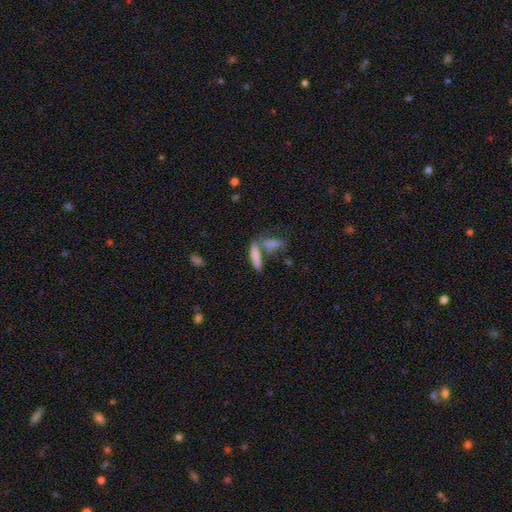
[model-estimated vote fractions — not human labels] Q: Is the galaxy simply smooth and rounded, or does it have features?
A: smooth — 77%.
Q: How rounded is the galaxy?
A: cigar-shaped — 70%.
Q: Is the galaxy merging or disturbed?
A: none — 49%.